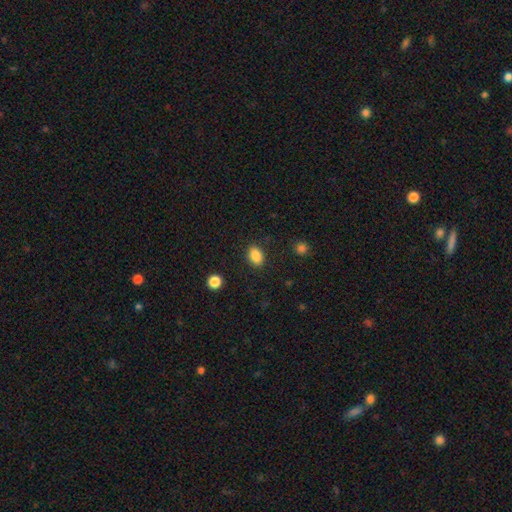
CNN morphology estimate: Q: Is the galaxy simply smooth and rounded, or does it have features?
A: smooth — 87%.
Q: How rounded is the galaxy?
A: in between — 80%.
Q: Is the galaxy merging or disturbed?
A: none — 87%.